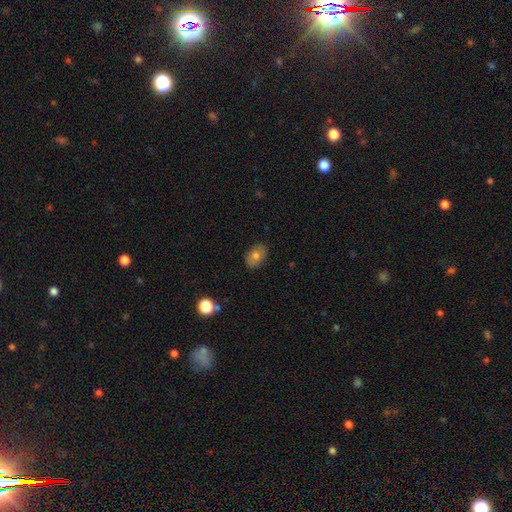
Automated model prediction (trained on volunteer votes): The model was most divided on "smooth or featured": smooth: 74%, featured or disk: 16%, star or artifact: 9%. More confident: merging — none (85%); how rounded — in between (80%).